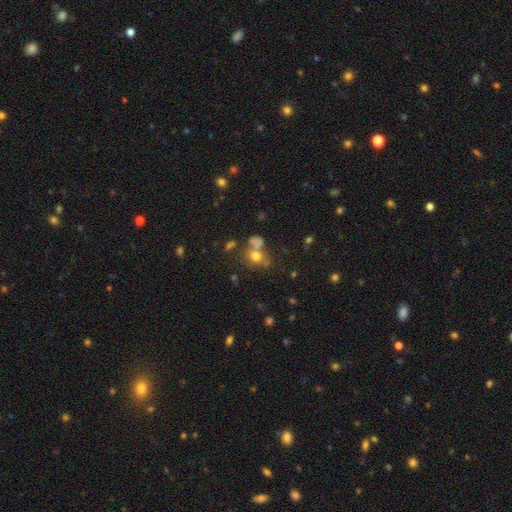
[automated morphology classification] Smooth or featured: smooth — 67% (star or artifact — 17%)
How rounded: round — 55% (in between — 43%)
Merging: none — 39% (merger — 37%)